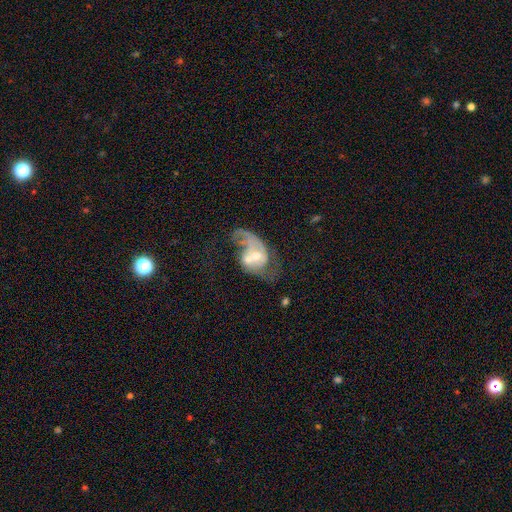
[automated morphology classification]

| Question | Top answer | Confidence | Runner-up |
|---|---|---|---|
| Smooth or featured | featured or disk | 67% | smooth (25%) |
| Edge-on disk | no | 97% | yes (3%) |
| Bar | no | 65% | weak (28%) |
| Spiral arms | yes | 71% | no (29%) |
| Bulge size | moderate | 58% | small (29%) |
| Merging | merger | 53% | major disturbance (23%) |